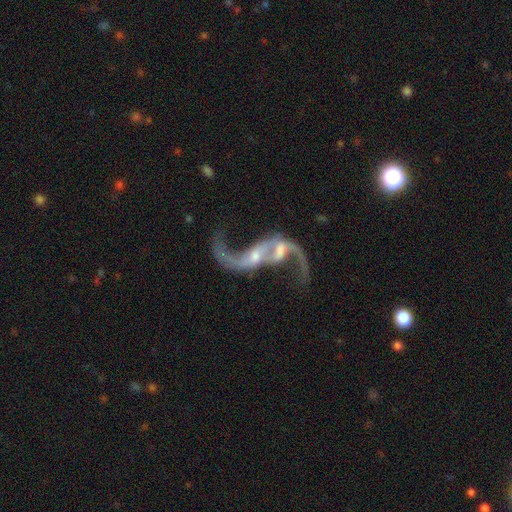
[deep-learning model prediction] Morphology: type=featured or disk (88%); edge-on=no (95%); bar=weak (38%); spiral arms=yes (93%); winding=loose (89%); arm count=2 (89%); bulge=small (55%); merging=none (39%).